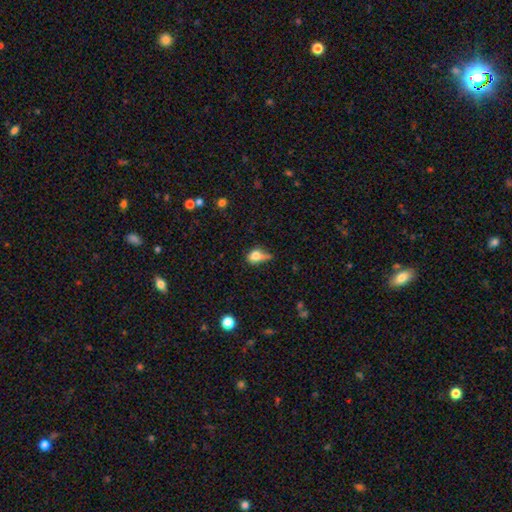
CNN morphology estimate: Overall: smooth (74%). How rounded: in between (66%; round 31%). Merging: minor disturbance (33%; none 29%).